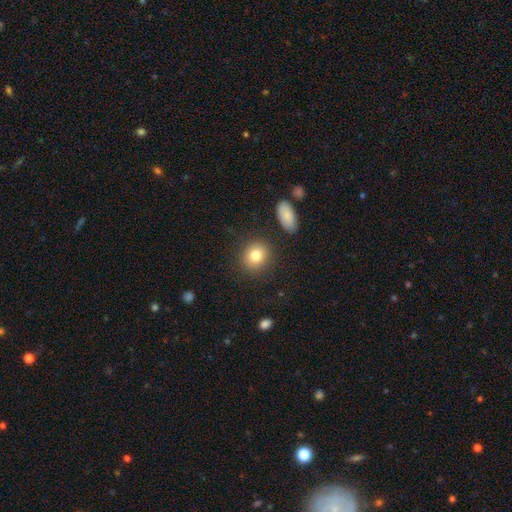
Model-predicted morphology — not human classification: Overall: smooth (82%). How rounded: round (74%). Merging: none (86%).